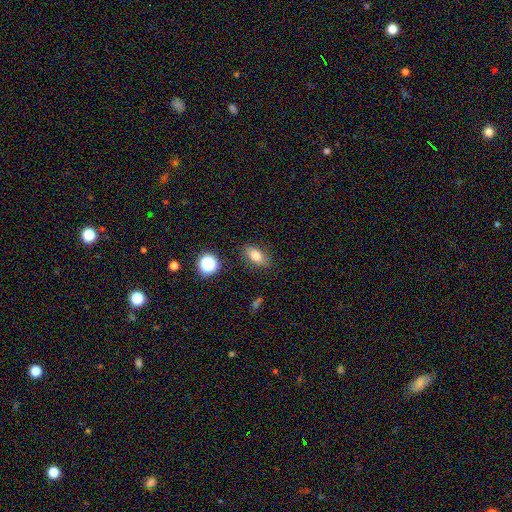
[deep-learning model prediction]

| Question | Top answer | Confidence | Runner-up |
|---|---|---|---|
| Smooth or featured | smooth | 79% | star or artifact (12%) |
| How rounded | in between | 84% | round (11%) |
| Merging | none | 83% | minor disturbance (12%) |